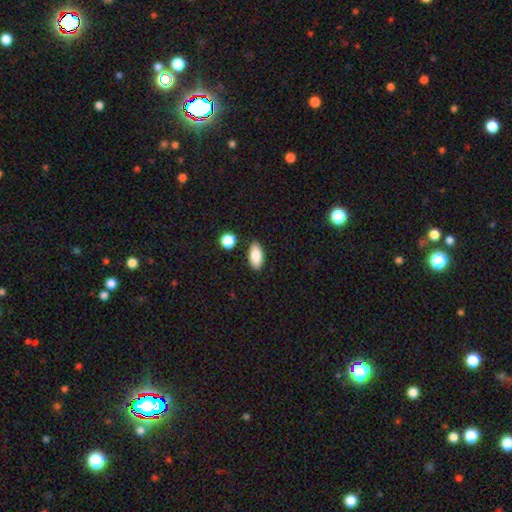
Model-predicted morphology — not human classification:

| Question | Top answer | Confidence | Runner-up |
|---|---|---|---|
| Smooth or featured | smooth | 86% | featured or disk (7%) |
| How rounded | in between | 88% | cigar-shaped (8%) |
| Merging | none | 85% | minor disturbance (9%) |